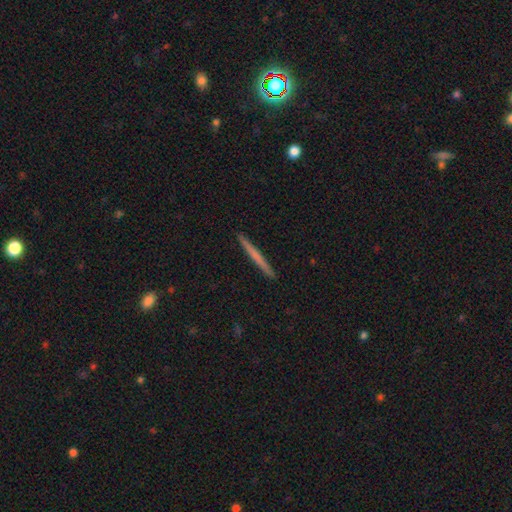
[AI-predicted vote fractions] Smooth or featured? Predicted: smooth (p=0.55). How rounded? Predicted: cigar-shaped (p=0.97). Merging? Predicted: none (p=0.93).